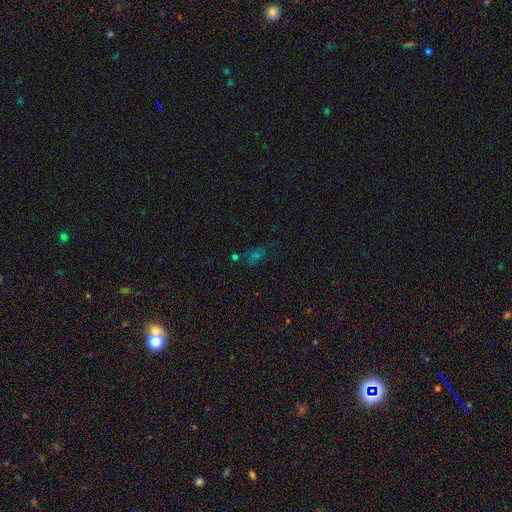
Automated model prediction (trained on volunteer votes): A star or artifact, not a galaxy (45%).